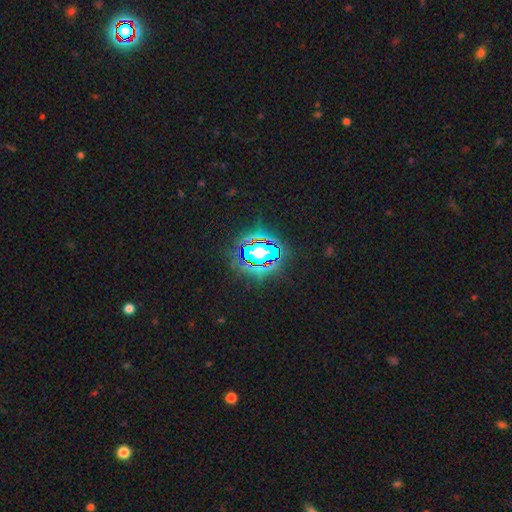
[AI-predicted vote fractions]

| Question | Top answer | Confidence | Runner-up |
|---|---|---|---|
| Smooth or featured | star or artifact | 65% | smooth (20%) |